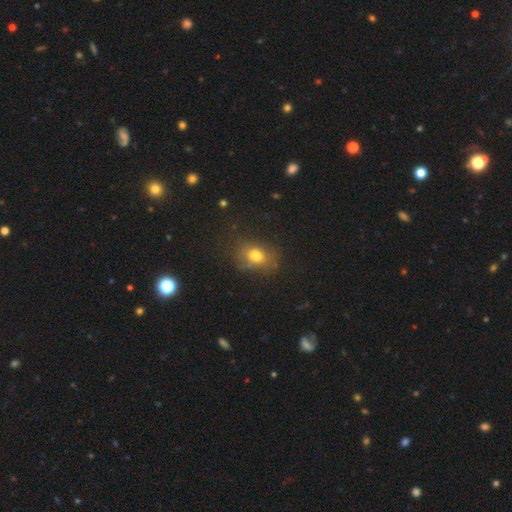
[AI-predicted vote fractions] Smooth or featured? Predicted: smooth (p=0.72). How rounded? Predicted: in between (p=0.61). Merging? Predicted: none (p=0.66).